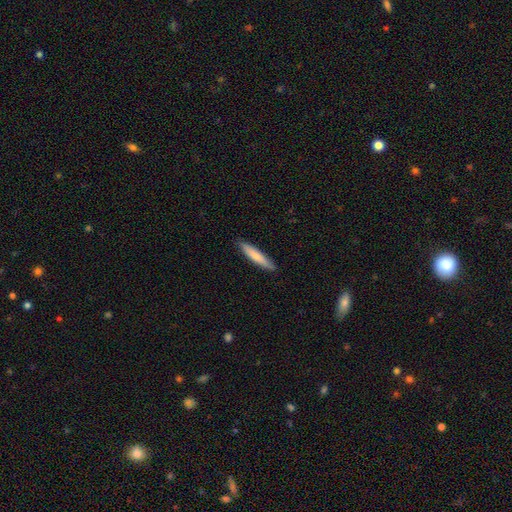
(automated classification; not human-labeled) Smooth or featured?
  - smooth: 73% *
  - featured or disk: 22%
  - star or artifact: 5%
How rounded?
  - cigar-shaped: 88% *
  - in between: 10%
  - round: 1%
Merging?
  - none: 89% *
  - minor disturbance: 8%
  - major disturbance: 1%
  - merger: 1%